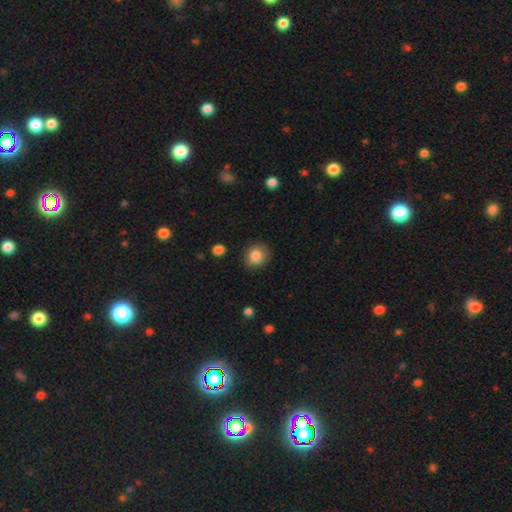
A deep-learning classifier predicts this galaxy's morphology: A smooth galaxy with no disk features (85%) that is round (82%).

Vote fractions:
- Smooth or featured? smooth: 85% / star or artifact: 9% / featured or disk: 7%
- How rounded? round: 82% / in between: 17% / cigar-shaped: 1%
- Merging? none: 88% / minor disturbance: 8% / major disturbance: 2% / merger: 1%